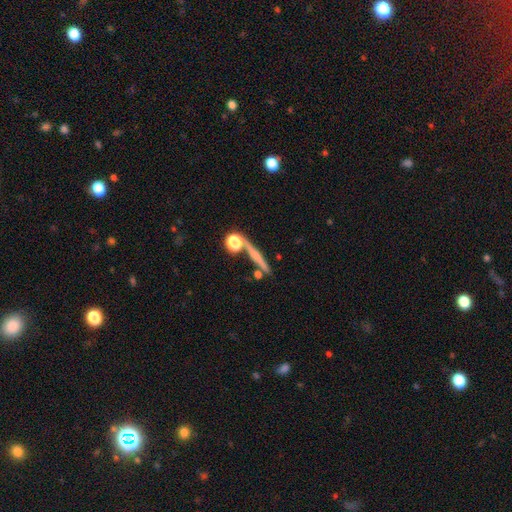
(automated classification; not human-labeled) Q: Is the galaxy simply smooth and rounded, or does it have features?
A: featured or disk — 52%.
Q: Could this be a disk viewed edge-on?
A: yes — 93%.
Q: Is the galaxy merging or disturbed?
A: none — 76%.